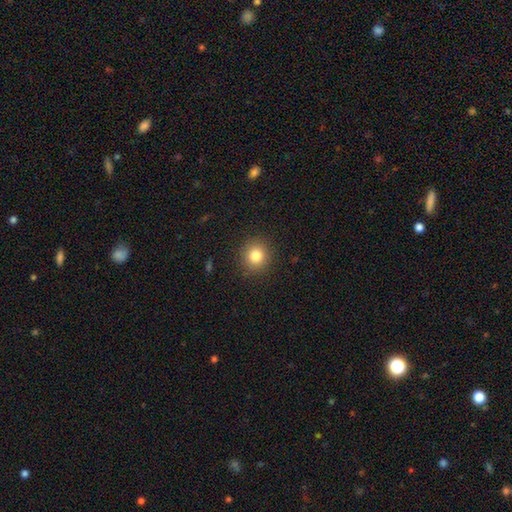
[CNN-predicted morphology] This is clearly a smooth galaxy (82%). How rounded: clearly round (89%). Merging: clearly none (90%).